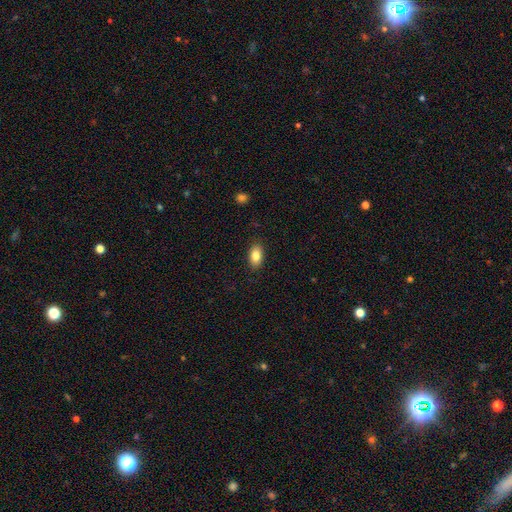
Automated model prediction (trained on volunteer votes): Smooth or featured?
  - smooth: 84% *
  - featured or disk: 8%
  - star or artifact: 8%
How rounded?
  - in between: 91% *
  - round: 6%
  - cigar-shaped: 3%
Merging?
  - none: 88% *
  - minor disturbance: 9%
  - major disturbance: 2%
  - merger: 1%